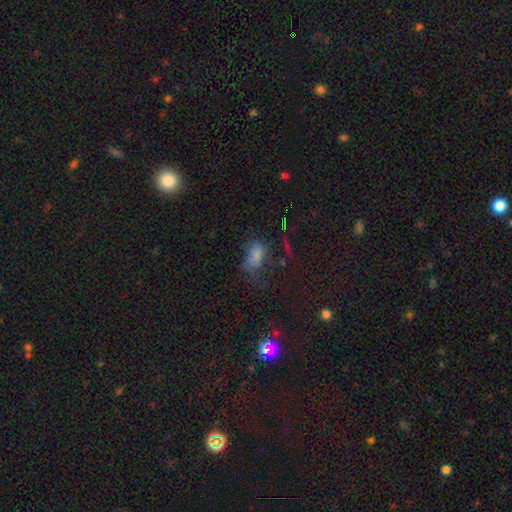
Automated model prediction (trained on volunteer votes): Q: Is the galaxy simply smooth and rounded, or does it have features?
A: smooth — 58%.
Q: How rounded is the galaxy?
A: in between — 83%.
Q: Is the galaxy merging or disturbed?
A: none — 36%.